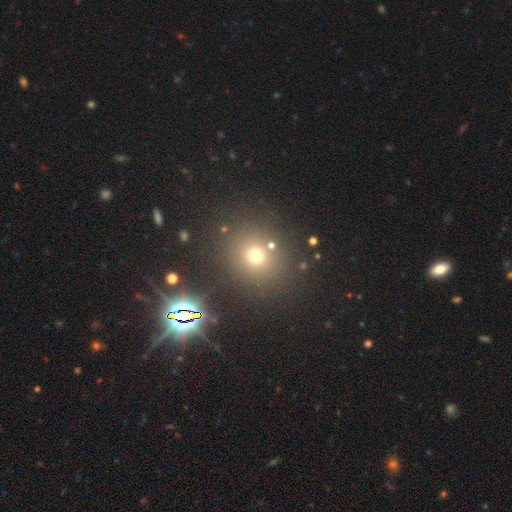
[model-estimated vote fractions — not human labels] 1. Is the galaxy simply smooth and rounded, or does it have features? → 66% smooth, 26% star or artifact, 9% featured or disk.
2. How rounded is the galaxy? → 84% round, 15% in between, 1% cigar-shaped.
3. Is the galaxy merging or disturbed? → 82% none, 8% minor disturbance, 6% merger, 4% major disturbance.